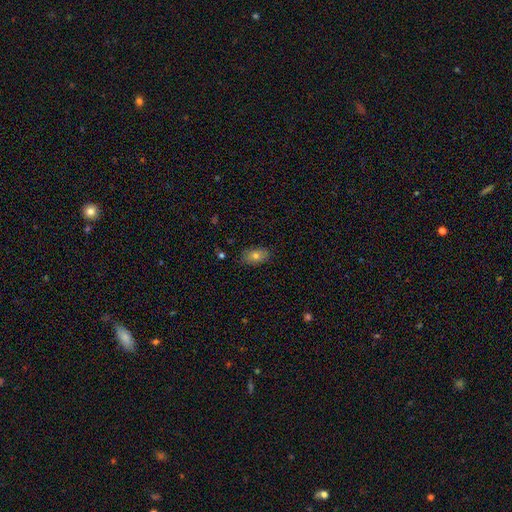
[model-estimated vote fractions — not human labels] Smooth or featured?
  - smooth: 74% *
  - featured or disk: 16%
  - star or artifact: 10%
How rounded?
  - in between: 88% *
  - round: 10%
  - cigar-shaped: 2%
Merging?
  - none: 84% *
  - minor disturbance: 13%
  - major disturbance: 2%
  - merger: 1%